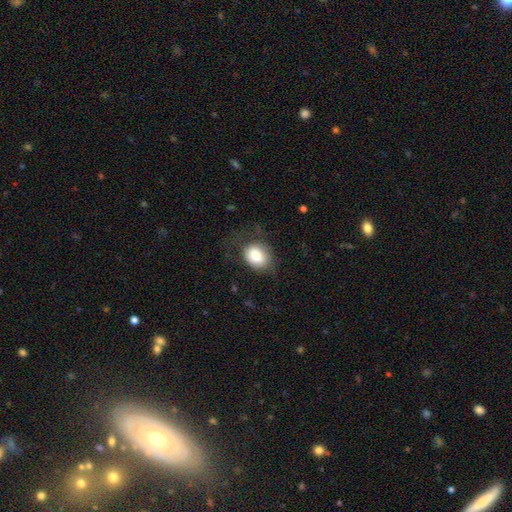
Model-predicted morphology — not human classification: Overall: smooth (81%). How rounded: in between (56%; round 43%). Merging: none (60%; minor disturbance 23%).